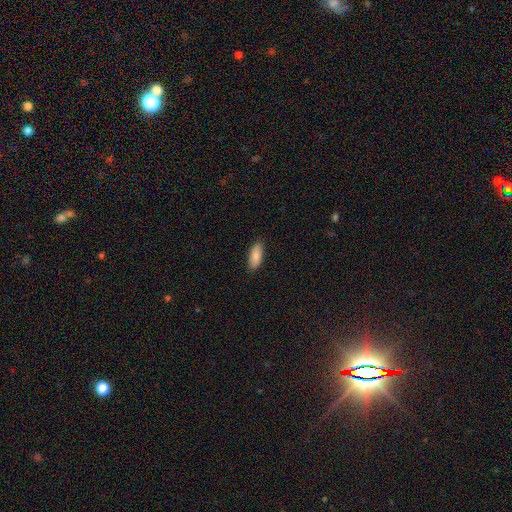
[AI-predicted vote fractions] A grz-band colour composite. It shows a smooth galaxy with no disk features (85%) that is in between round and cigar-shaped (81%). Merging: none (88%).